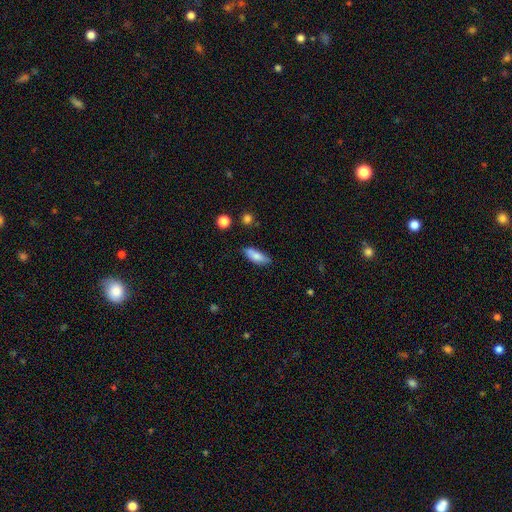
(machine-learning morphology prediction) smooth 78%, featured or disk 15%, star or artifact 7%. Down the decision tree: how rounded — in between (68%); merging — none (76%).